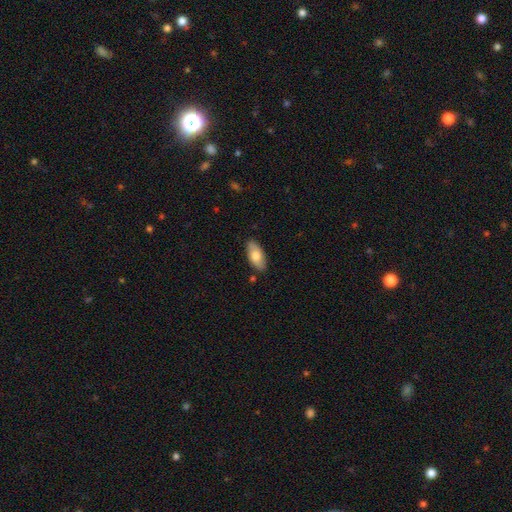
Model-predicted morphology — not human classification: Q: Smooth or featured?
A: smooth (75%); runner-up: featured or disk (19%)
Q: How rounded?
A: in between (90%); runner-up: cigar-shaped (8%)
Q: Merging?
A: none (85%); runner-up: minor disturbance (11%)